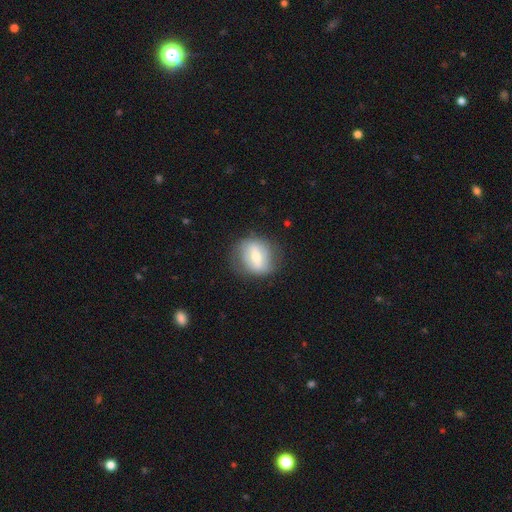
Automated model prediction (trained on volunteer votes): Smooth or featured? Predicted: featured or disk (p=0.50). Edge-on disk? Predicted: no (p=0.87). Merging? Predicted: none (p=0.77).